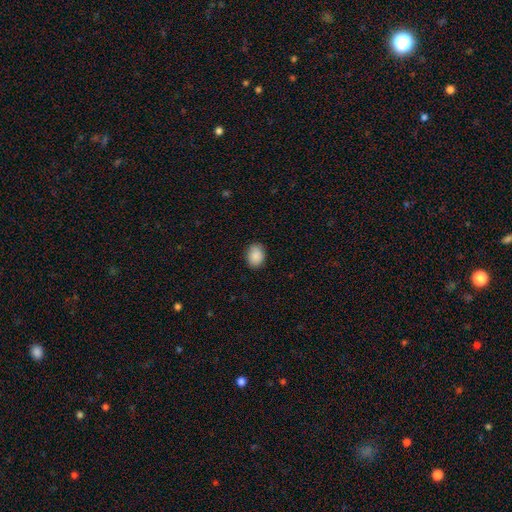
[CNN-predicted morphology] Smooth or featured? smooth (89%)
How rounded? in between (64%)
Merging? none (86%)